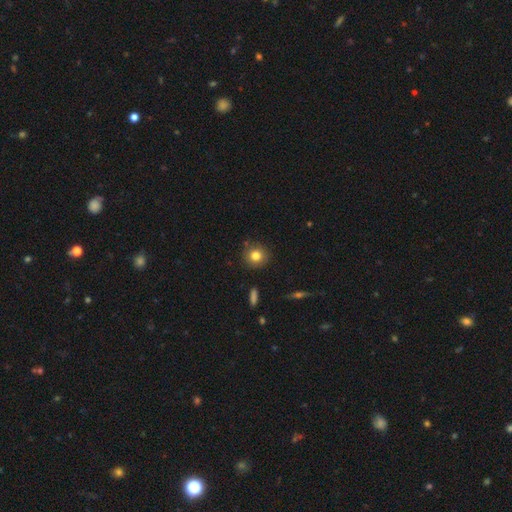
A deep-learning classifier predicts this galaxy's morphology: type=smooth (81%); roundness=round (90%); merging=none (86%).